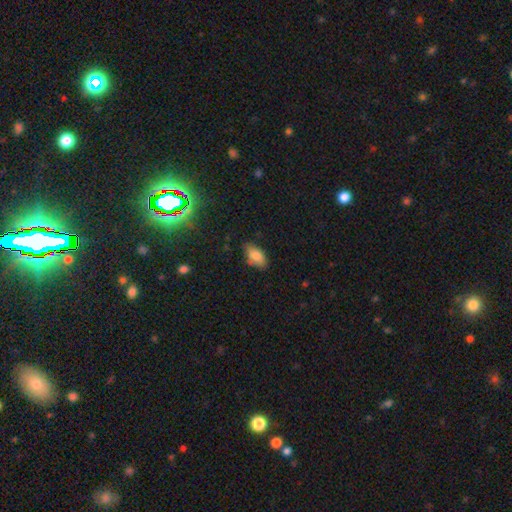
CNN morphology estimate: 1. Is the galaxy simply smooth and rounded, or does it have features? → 81% smooth, 10% featured or disk, 9% star or artifact.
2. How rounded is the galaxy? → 92% in between, 4% round, 4% cigar-shaped.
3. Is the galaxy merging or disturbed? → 72% none, 22% minor disturbance, 4% major disturbance, 2% merger.